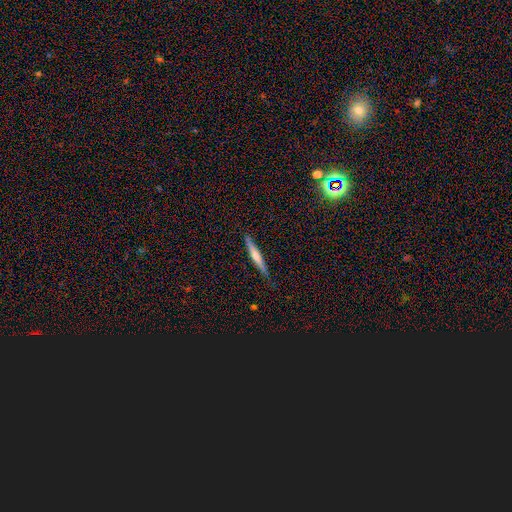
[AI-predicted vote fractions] smooth_or_featured: featured or disk (p=0.59) [alt: smooth p=0.34]
disk_edge_on: yes (p=0.97) [alt: no p=0.03]
edge_on_bulge: rounded (p=0.74) [alt: none p=0.19]
merging: none (p=0.85) [alt: minor disturbance p=0.12]